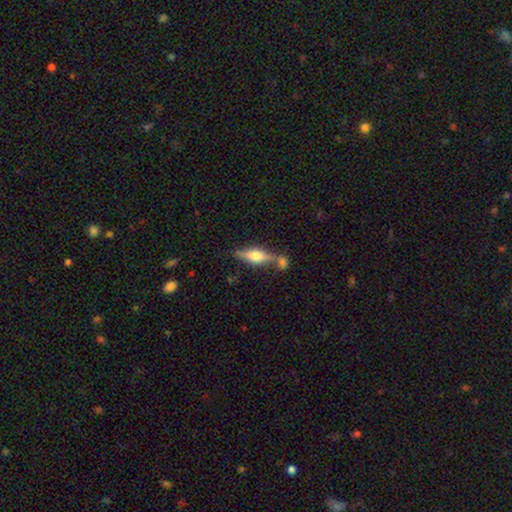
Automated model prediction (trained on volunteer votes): Smooth or featured? featured or disk (60%)
Edge-on disk? yes (93%)
Edge-on bulge? rounded (91%)
Merging? none (57%)